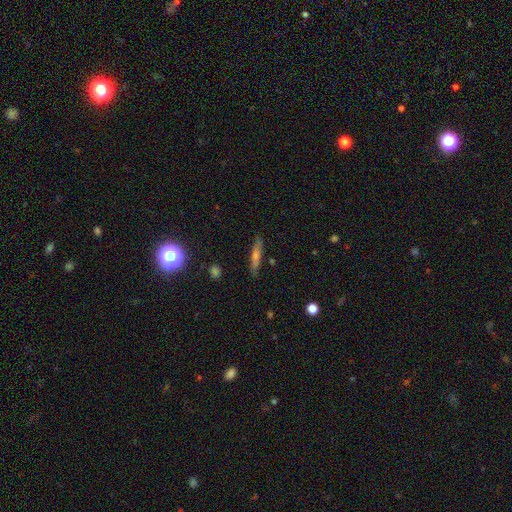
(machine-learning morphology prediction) Smooth or featured?
  - smooth: 44% * (tied)
  - featured or disk: 44% * (tied)
  - star or artifact: 12%
Merging?
  - none: 87% *
  - minor disturbance: 9%
  - major disturbance: 2%
  - merger: 1%